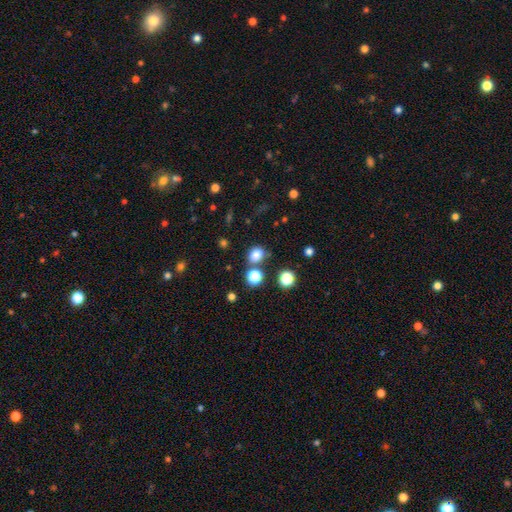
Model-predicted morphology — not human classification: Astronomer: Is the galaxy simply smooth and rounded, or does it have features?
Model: smooth — 79%.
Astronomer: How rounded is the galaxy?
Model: round — 52% (runner-up: in between, 47%).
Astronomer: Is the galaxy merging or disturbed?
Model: none — 71%.